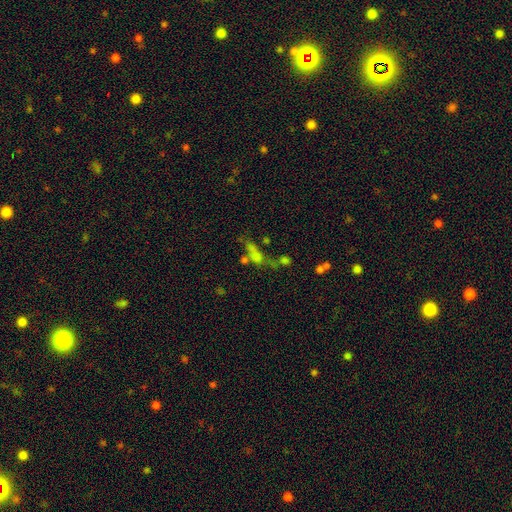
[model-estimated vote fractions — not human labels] smooth 48%, featured or disk 28%, star or artifact 25%. Down the decision tree: merging — merger (41%).